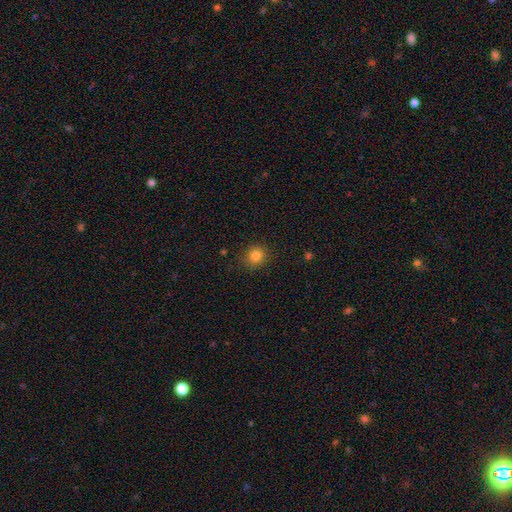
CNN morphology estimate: Q: Smooth or featured?
A: smooth (83%); runner-up: star or artifact (12%)
Q: How rounded?
A: round (82%); runner-up: in between (17%)
Q: Merging?
A: none (88%); runner-up: minor disturbance (9%)